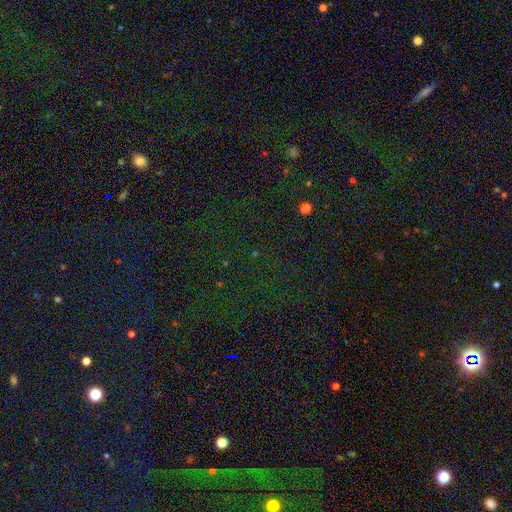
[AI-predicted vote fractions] This is likely a star or artifact rather than a galaxy (79%).